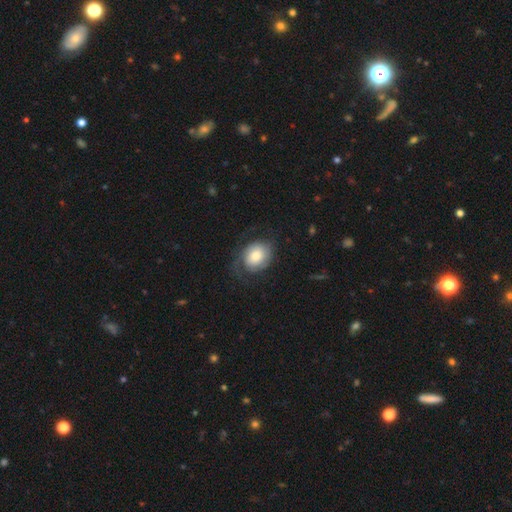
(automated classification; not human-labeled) Smooth or featured: smooth — 47% (featured or disk — 46%)
Merging: none — 59% (minor disturbance — 21%)